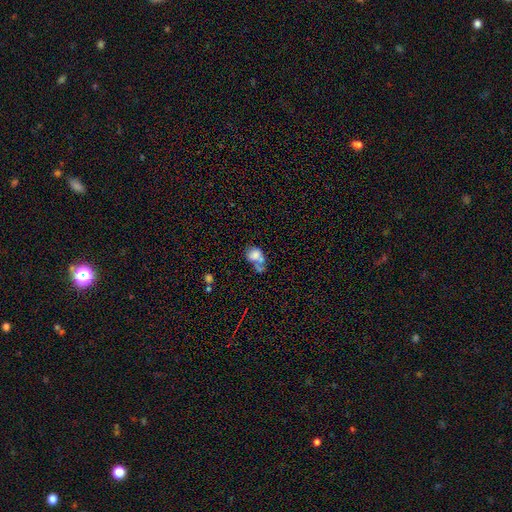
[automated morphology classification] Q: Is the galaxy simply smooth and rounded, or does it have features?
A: smooth — 68%.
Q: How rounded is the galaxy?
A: in between — 54%.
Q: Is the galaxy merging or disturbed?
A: merger — 47%.